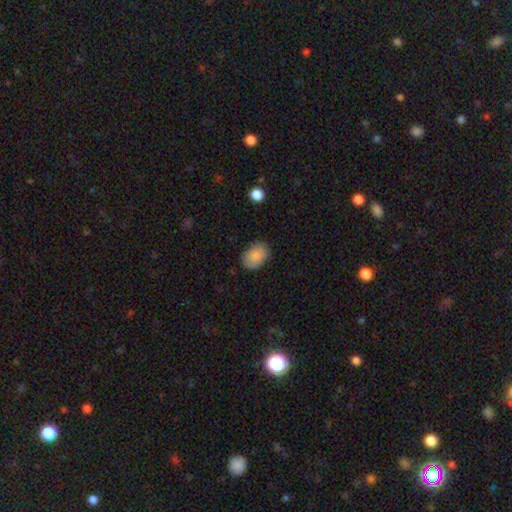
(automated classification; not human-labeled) Overall: smooth (87%). How rounded: in between (79%). Merging: none (80%).